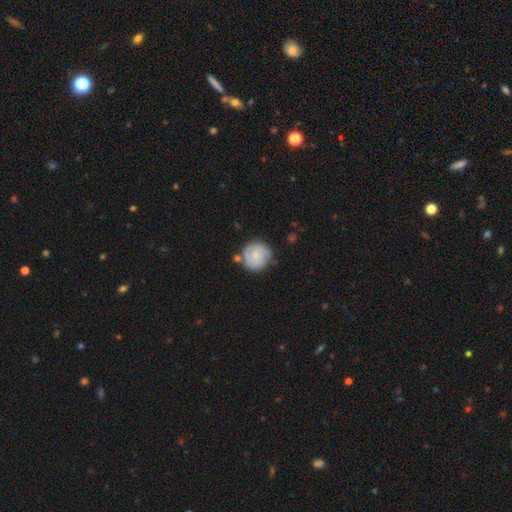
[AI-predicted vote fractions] This is possibly a featured or disk galaxy (52%). It is clearly not viewed edge-on (98%). Bar: likely no (64%). Spiral arm pattern: clearly yes (87%). Central bulge: possibly small (52%). Merging: likely none (70%).